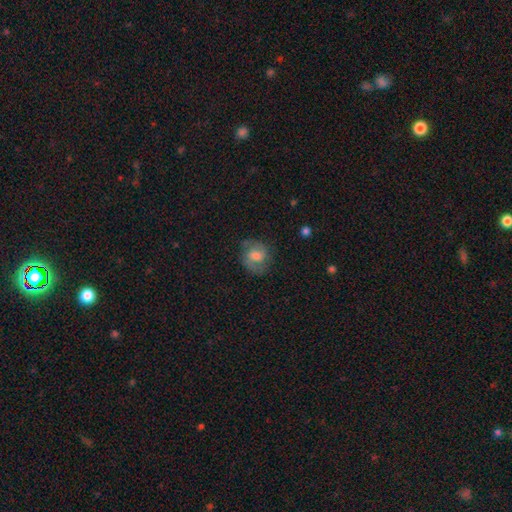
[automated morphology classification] smooth-or-featured: featured or disk: 50% | smooth: 40% | star or artifact: 9%
  disk-edge-on: no: 97% | yes: 3%
  merging: none: 70% | minor disturbance: 19% | major disturbance: 9% | merger: 1%